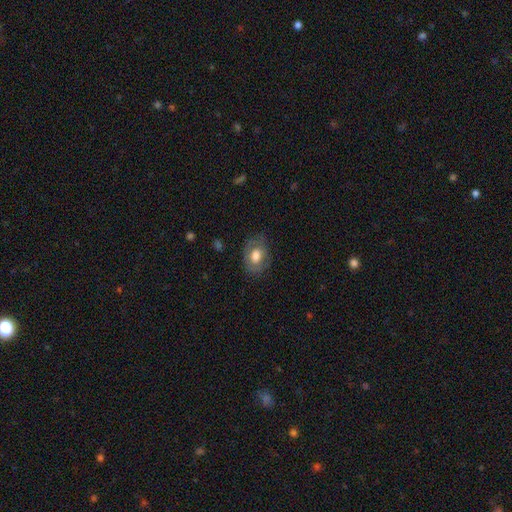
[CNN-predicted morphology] Overall: smooth (60%; featured or disk 33%). How rounded: in between (69%; round 30%). Merging: none (74%).